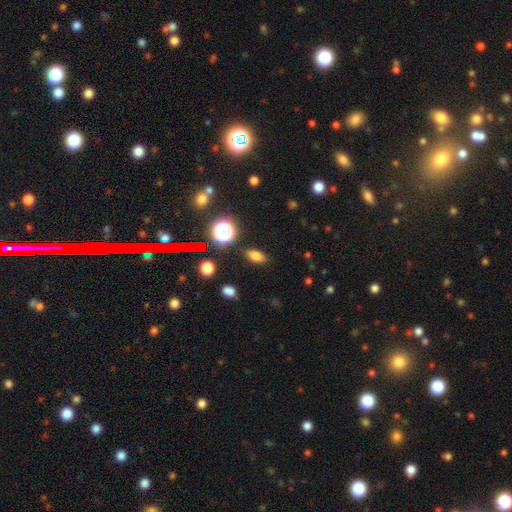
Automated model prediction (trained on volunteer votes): smooth_or_featured: smooth (p=0.74) [alt: star or artifact p=0.17]
how_rounded: in between (p=0.81) [alt: round p=0.14]
merging: none (p=0.85) [alt: minor disturbance p=0.10]